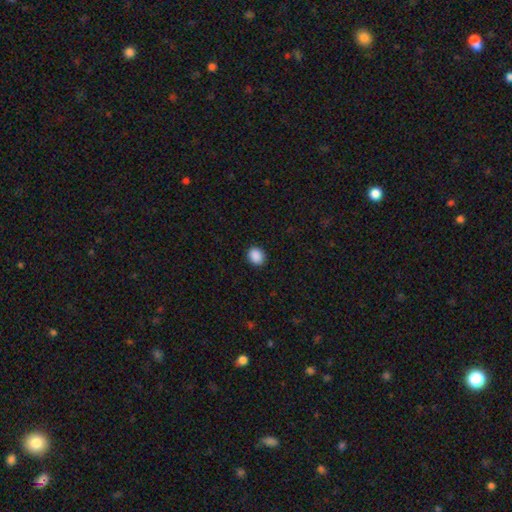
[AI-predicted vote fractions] This is clearly a smooth galaxy (89%). How rounded: likely round (61%). Merging: clearly none (91%).